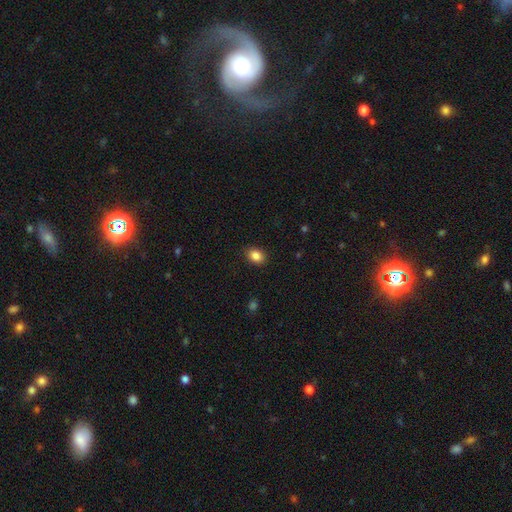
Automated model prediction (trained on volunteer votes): This is clearly a smooth galaxy (86%). How rounded: likely in between (68%). Merging: clearly none (89%).